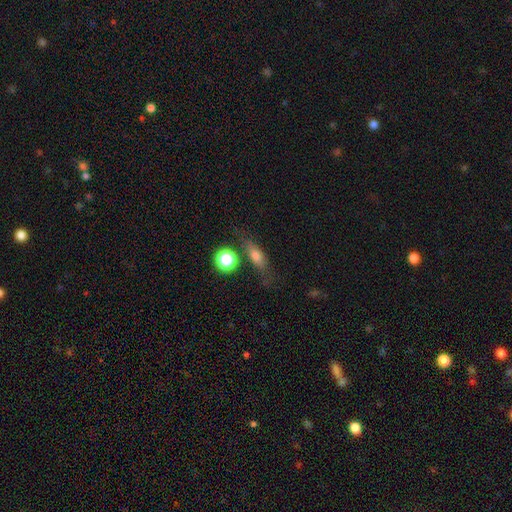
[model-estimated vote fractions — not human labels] Smooth or featured: smooth — 58% (featured or disk — 28%)
How rounded: in between — 47% (cigar-shaped — 40%)
Merging: none — 69% (minor disturbance — 17%)